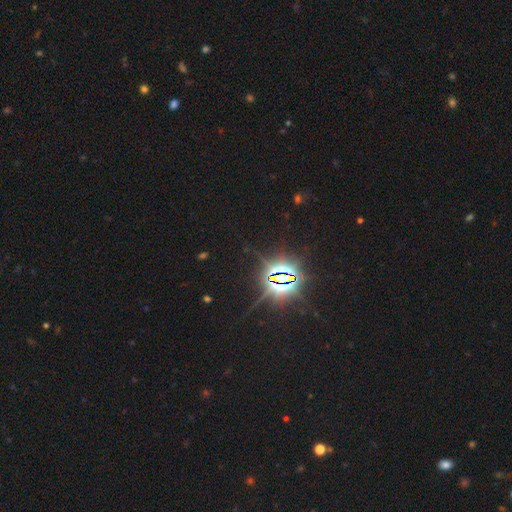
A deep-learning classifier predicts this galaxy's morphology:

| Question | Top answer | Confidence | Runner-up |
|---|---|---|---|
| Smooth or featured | star or artifact | 85% | smooth (8%) |